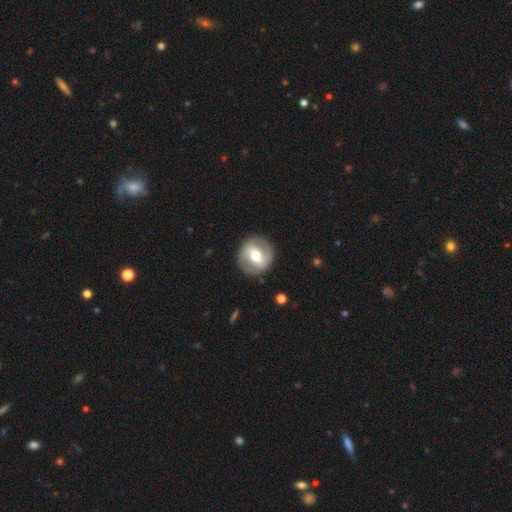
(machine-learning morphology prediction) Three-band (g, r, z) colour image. It shows a featured or disk galaxy (62%) with a strong bar (45%), no spiral arms (51%) and a moderate central bulge (73%). Merging: none (87%).